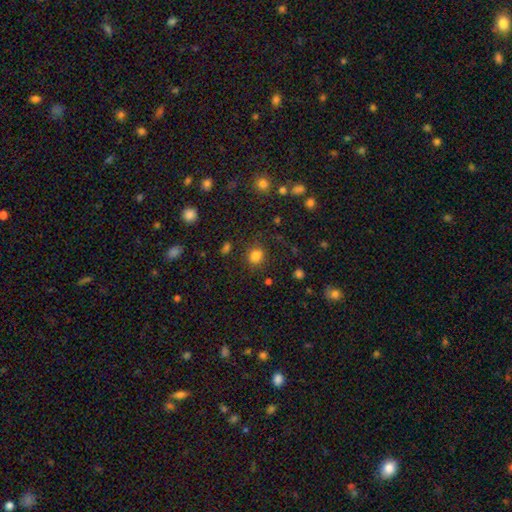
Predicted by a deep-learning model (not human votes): Q: Smooth or featured?
A: smooth (81%); runner-up: star or artifact (14%)
Q: How rounded?
A: round (75%); runner-up: in between (24%)
Q: Merging?
A: none (79%); runner-up: minor disturbance (12%)